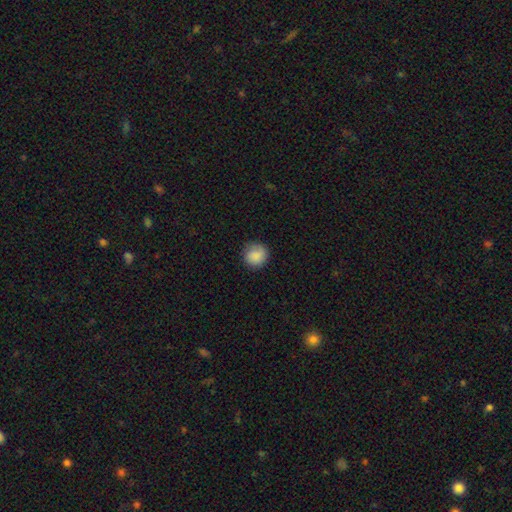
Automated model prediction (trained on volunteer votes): Smooth or featured?
  - smooth: 87% *
  - star or artifact: 8%
  - featured or disk: 5%
How rounded?
  - round: 92% *
  - in between: 7%
  - cigar-shaped: 1%
Merging?
  - none: 85% *
  - minor disturbance: 11%
  - major disturbance: 3%
  - merger: 1%